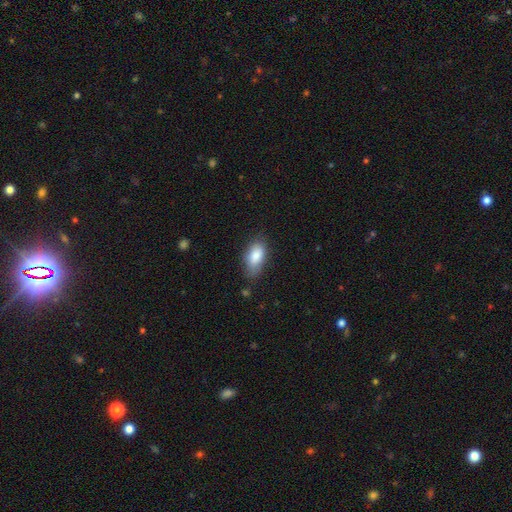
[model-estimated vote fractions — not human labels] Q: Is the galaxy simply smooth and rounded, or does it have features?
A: smooth — 84%.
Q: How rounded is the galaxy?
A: in between — 89%.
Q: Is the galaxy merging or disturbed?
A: none — 69%.